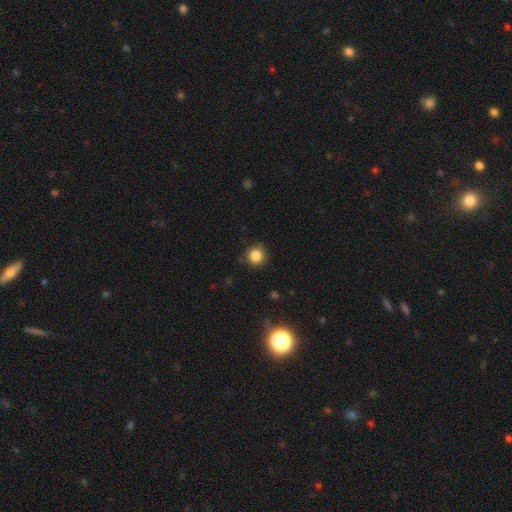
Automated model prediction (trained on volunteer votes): Overall: smooth (85%). How rounded: round (92%). Merging: none (85%).